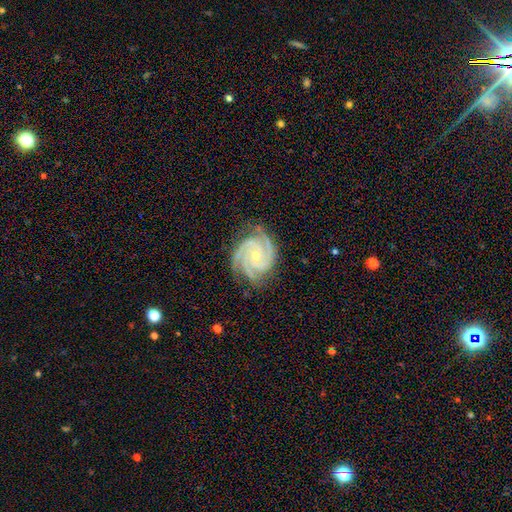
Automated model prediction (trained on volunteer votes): Overall: featured or disk (94%). Edge-on disk: no (98%). Bar: no (73%). Spiral arms: yes (99%). Spiral arm count: 3 (62%). Spiral winding: tight (72%). Bulge size: small (69%). Merging: none (80%).